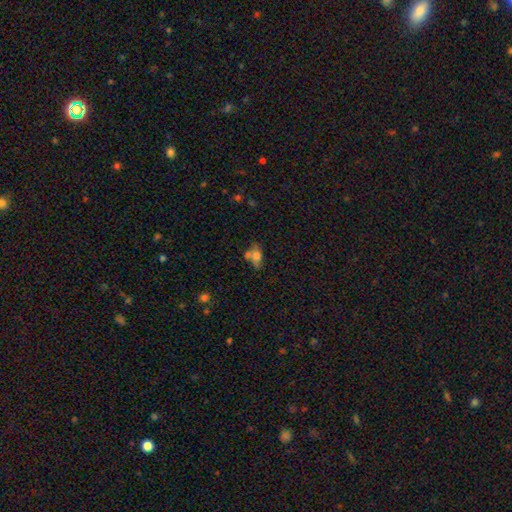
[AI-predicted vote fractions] This is likely a smooth galaxy (66%). How rounded: likely in between (76%). Merging: marginally none (38%).